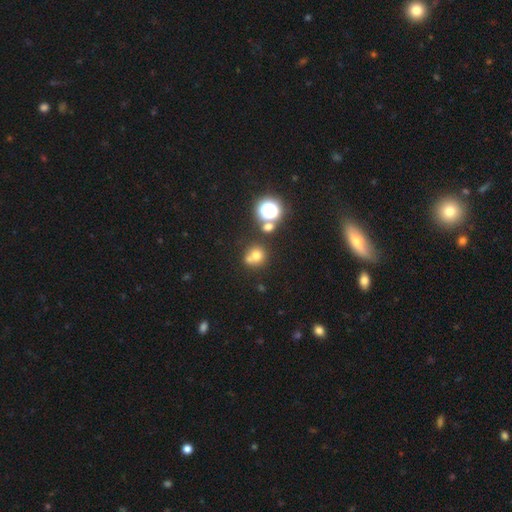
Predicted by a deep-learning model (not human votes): Smooth or featured?
  - smooth: 67% *
  - star or artifact: 21%
  - featured or disk: 12%
How rounded?
  - round: 87% *
  - in between: 12%
  - cigar-shaped: 1%
Merging?
  - none: 57% *
  - merger: 29%
  - minor disturbance: 10%
  - major disturbance: 4%